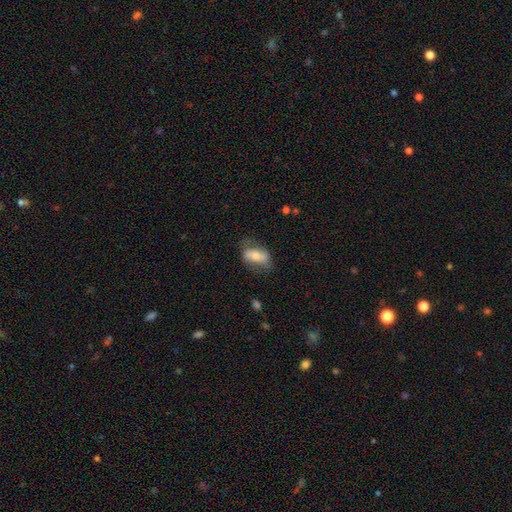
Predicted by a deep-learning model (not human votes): Smooth or featured? smooth (55%)
How rounded? in between (82%)
Merging? none (63%)